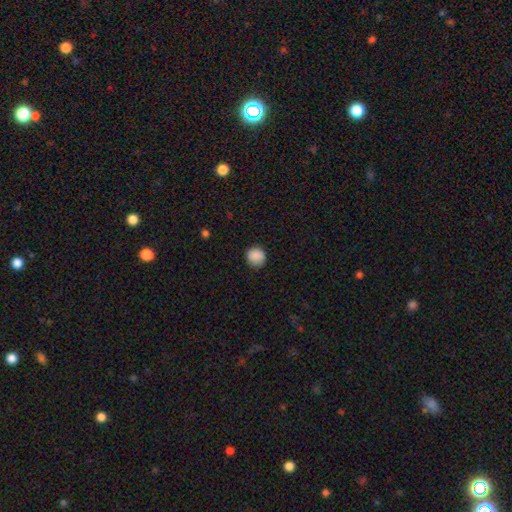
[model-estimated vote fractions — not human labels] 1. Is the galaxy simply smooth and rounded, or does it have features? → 88% smooth, 9% star or artifact, 3% featured or disk.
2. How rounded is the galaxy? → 91% round, 8% in between, 1% cigar-shaped.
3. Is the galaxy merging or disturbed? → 88% none, 9% minor disturbance, 2% major disturbance, 1% merger.